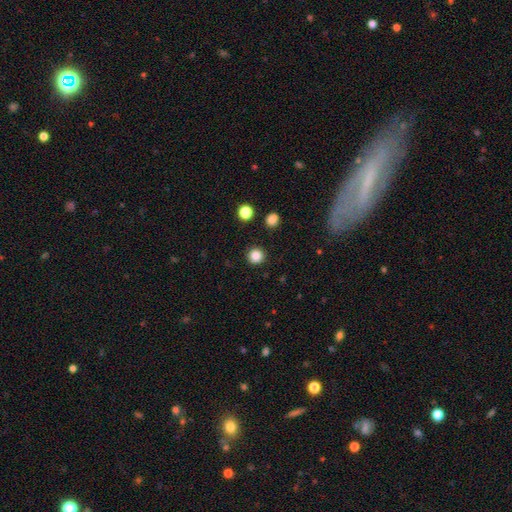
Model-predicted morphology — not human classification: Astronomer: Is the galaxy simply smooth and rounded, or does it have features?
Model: smooth — 85%.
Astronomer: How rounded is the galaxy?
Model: round — 95%.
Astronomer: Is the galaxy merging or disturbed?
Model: none — 92%.